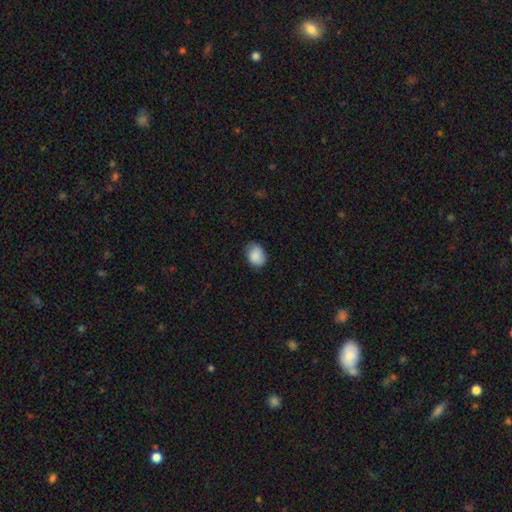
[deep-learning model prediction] Smooth or featured? smooth (87%)
How rounded? in between (67%)
Merging? none (74%)